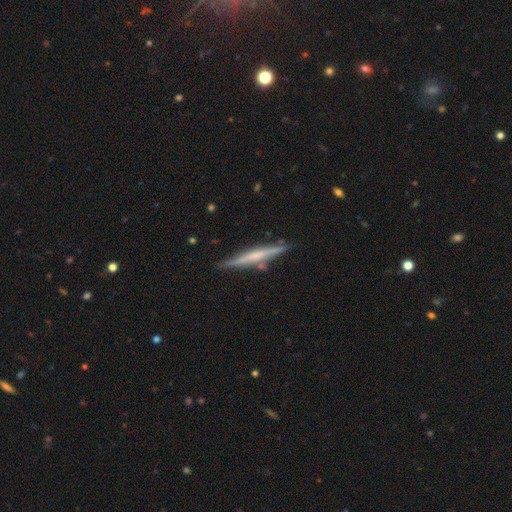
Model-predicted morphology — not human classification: The model was most divided on "smooth or featured": featured or disk: 59%, smooth: 35%, star or artifact: 6%. More confident: edge-on disk — yes (97%); merging — none (83%); edge-on bulge — none (57%).